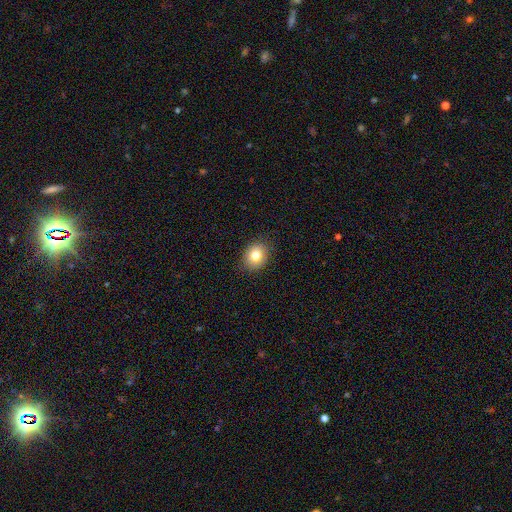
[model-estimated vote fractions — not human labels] smooth 80%, star or artifact 10%, featured or disk 10%. Down the decision tree: how rounded — round (53%); merging — none (88%).